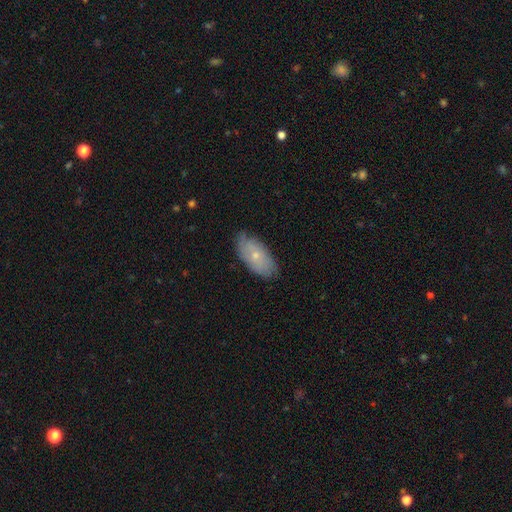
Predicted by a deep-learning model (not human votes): Q: Smooth or featured?
A: smooth (50%); runner-up: featured or disk (43%)
Q: Merging?
A: none (74%); runner-up: minor disturbance (21%)